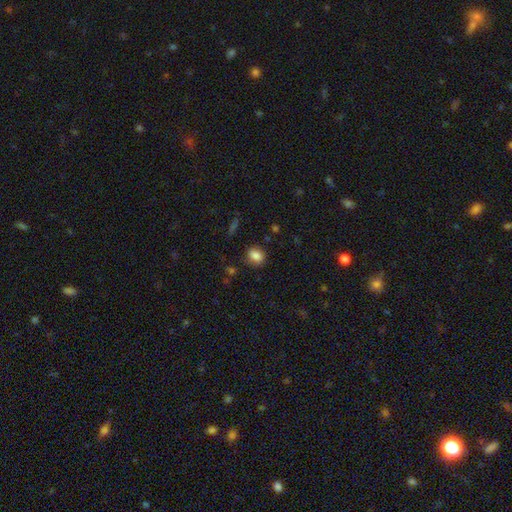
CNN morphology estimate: This is clearly a smooth galaxy (85%). How rounded: possibly in between (50%). Merging: clearly none (82%).